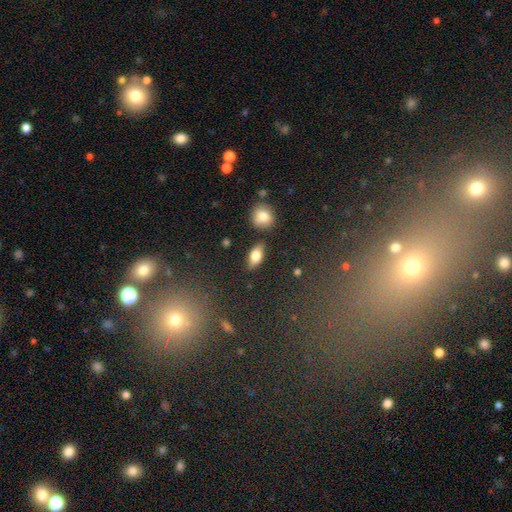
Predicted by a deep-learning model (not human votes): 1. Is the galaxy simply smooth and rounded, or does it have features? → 76% smooth, 17% featured or disk, 7% star or artifact.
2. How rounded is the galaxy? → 85% in between, 9% cigar-shaped, 5% round.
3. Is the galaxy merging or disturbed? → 84% none, 10% minor disturbance, 4% merger, 3% major disturbance.